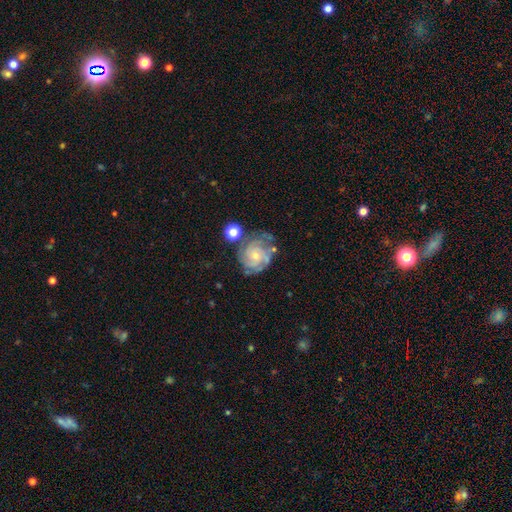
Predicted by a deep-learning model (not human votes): Q: Smooth or featured?
A: featured or disk (82%); runner-up: smooth (11%)
Q: Edge-on disk?
A: no (98%); runner-up: yes (2%)
Q: Bar?
A: no (75%); runner-up: weak (21%)
Q: Spiral arms?
A: yes (95%); runner-up: no (5%)
Q: Spiral winding?
A: tight (66%); runner-up: medium (28%)
Q: Spiral arm count?
A: 3 (28%); runner-up: can't tell (27%)
Q: Bulge size?
A: small (70%); runner-up: moderate (26%)
Q: Merging?
A: none (58%); runner-up: minor disturbance (23%)